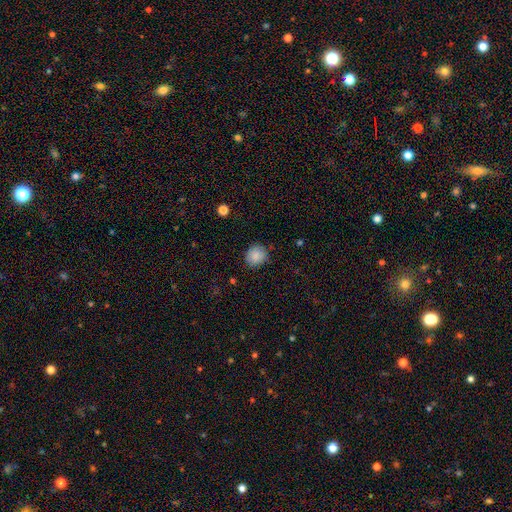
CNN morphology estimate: A smooth galaxy with no disk features (88%) that is round (83%).

Vote fractions:
- Smooth or featured? smooth: 88% / star or artifact: 8% / featured or disk: 4%
- How rounded? round: 83% / in between: 16% / cigar-shaped: 1%
- Merging? none: 83% / minor disturbance: 13% / major disturbance: 3% / merger: 1%